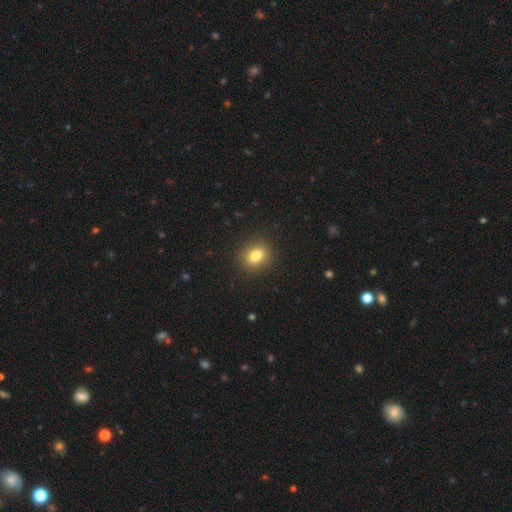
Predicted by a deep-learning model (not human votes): Smooth or featured?
  - smooth: 82% *
  - star or artifact: 11%
  - featured or disk: 7%
How rounded?
  - round: 57% *
  - in between: 42%
  - cigar-shaped: 1%
Merging?
  - none: 89% *
  - minor disturbance: 7%
  - major disturbance: 3%
  - merger: 1%